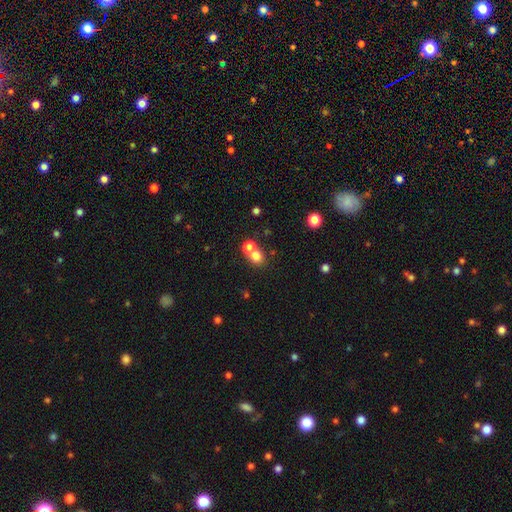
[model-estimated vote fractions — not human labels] Overall: smooth (75%). How rounded: round (77%). Merging: none (45%, tied with merger).